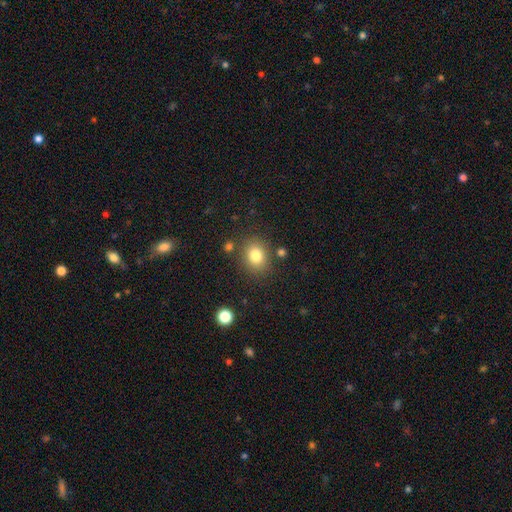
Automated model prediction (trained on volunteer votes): A smooth galaxy with no disk features (81%) that is round (62%).

Vote fractions:
- Smooth or featured? smooth: 81% / star or artifact: 11% / featured or disk: 8%
- How rounded? round: 62% / in between: 37% / cigar-shaped: 1%
- Merging? none: 80% / minor disturbance: 11% / merger: 5% / major disturbance: 4%